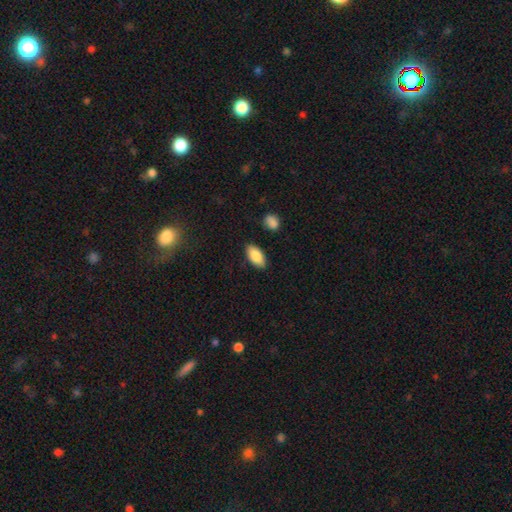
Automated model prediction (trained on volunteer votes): A smooth galaxy with no disk features (86%) that is in between round and cigar-shaped (92%).

Vote fractions:
- Smooth or featured? smooth: 86% / featured or disk: 7% / star or artifact: 6%
- How rounded? in between: 92% / cigar-shaped: 5% / round: 3%
- Merging? none: 85% / minor disturbance: 10% / major disturbance: 2% / merger: 2%